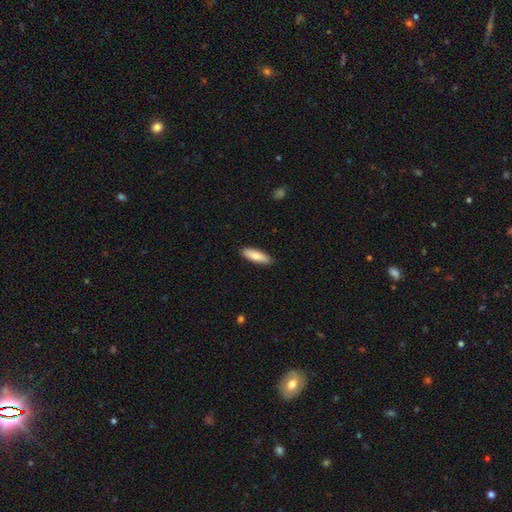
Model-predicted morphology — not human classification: Q: Smooth or featured?
A: smooth (81%); runner-up: featured or disk (14%)
Q: How rounded?
A: in between (52%); runner-up: cigar-shaped (46%)
Q: Merging?
A: none (89%); runner-up: minor disturbance (9%)